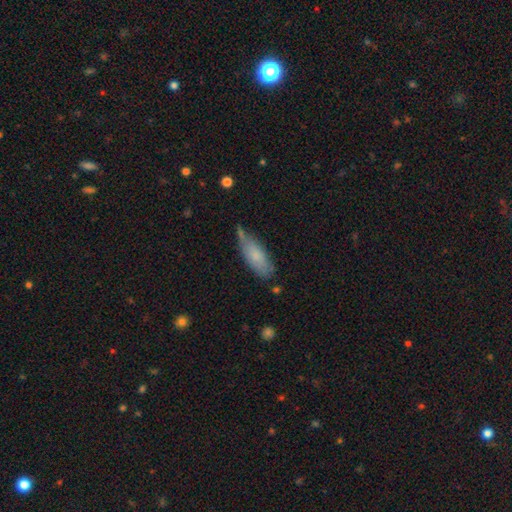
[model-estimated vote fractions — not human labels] This is likely a smooth galaxy (77%). How rounded: likely in between (67%). Merging: possibly none (54%).